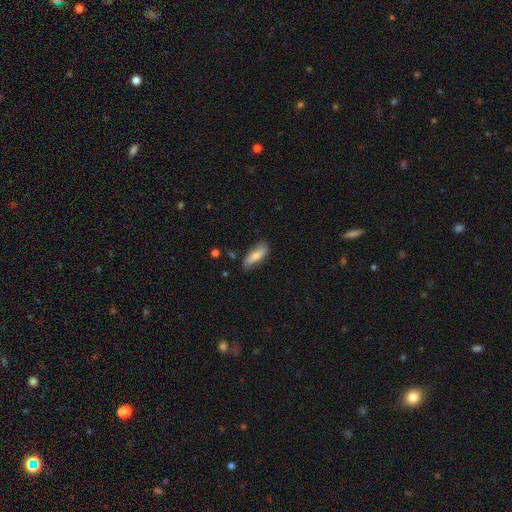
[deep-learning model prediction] smooth 71%, featured or disk 22%, star or artifact 6%. Down the decision tree: how rounded — in between (61%); merging — none (72%).